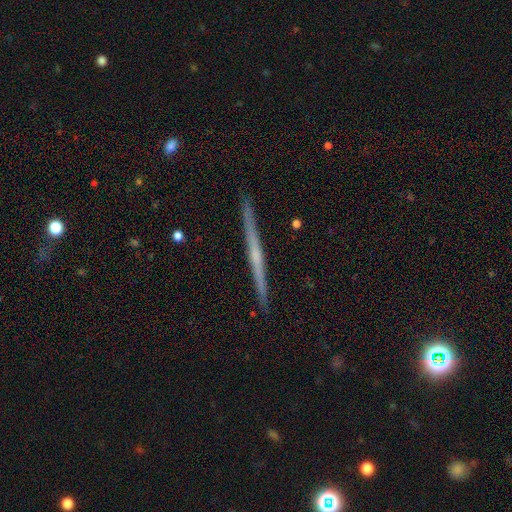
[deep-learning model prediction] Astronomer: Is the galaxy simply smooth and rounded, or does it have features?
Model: featured or disk — 76%.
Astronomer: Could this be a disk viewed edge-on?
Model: yes — 98%.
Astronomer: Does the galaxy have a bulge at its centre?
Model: none — 50% (runner-up: rounded, 42%).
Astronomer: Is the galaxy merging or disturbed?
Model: none — 93%.